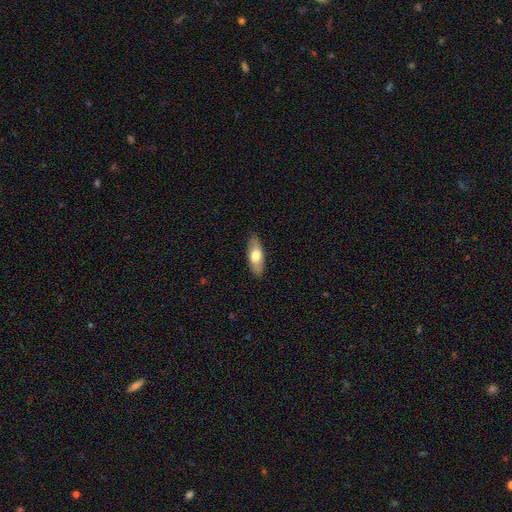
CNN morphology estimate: Smooth or featured: smooth — 68% (featured or disk — 26%)
How rounded: in between — 71% (cigar-shaped — 26%)
Merging: none — 86% (minor disturbance — 11%)